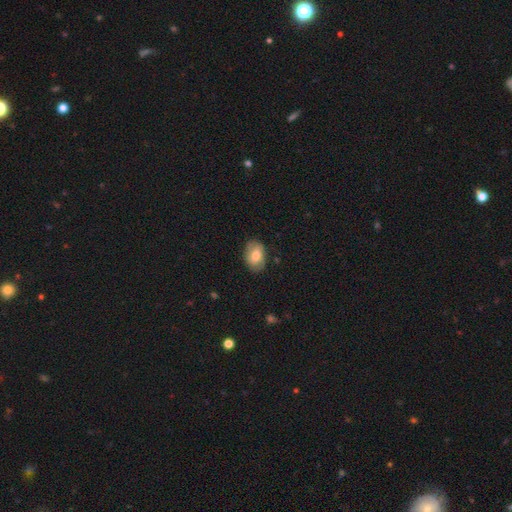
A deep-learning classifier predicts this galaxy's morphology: smooth 70%, featured or disk 23%, star or artifact 7%. Down the decision tree: how rounded — in between (83%); merging — none (79%).